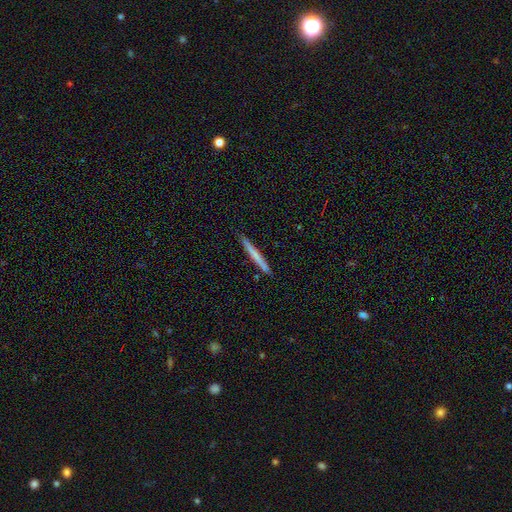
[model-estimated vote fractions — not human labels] This appears to be a smooth galaxy with no disk features (62%) that is cigar-shaped (97%). Merging: none (90%).